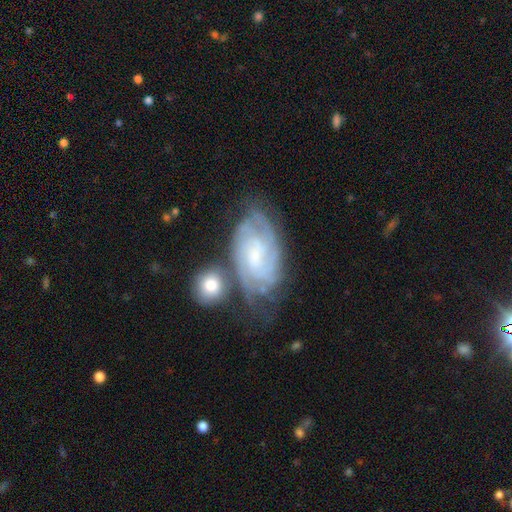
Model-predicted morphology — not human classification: Overall: featured or disk (83%). Edge-on disk: no (96%). Bar: no (50%; weak 42%). Spiral arms: yes (96%). Spiral arm count: can't tell (36%; 2 25%). Spiral winding: tight (66%; medium 28%). Bulge size: small (66%). Merging: none (56%; minor disturbance 21%).